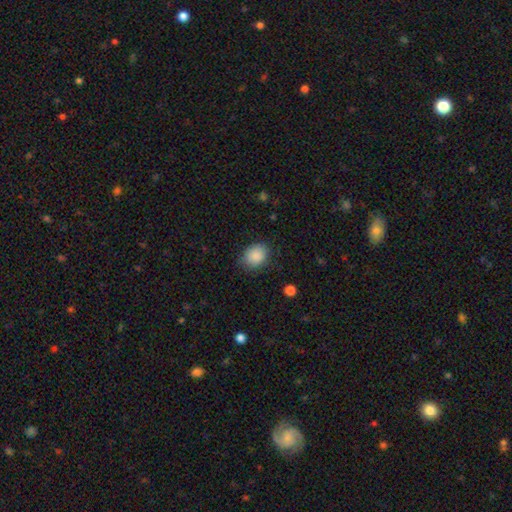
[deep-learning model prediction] A smooth galaxy with no disk features (88%) that is in between round and cigar-shaped (56%).

Vote fractions:
- Smooth or featured? smooth: 88% / star or artifact: 8% / featured or disk: 4%
- How rounded? in between: 56% / round: 43% / cigar-shaped: 1%
- Merging? none: 80% / minor disturbance: 15% / major disturbance: 4% / merger: 1%